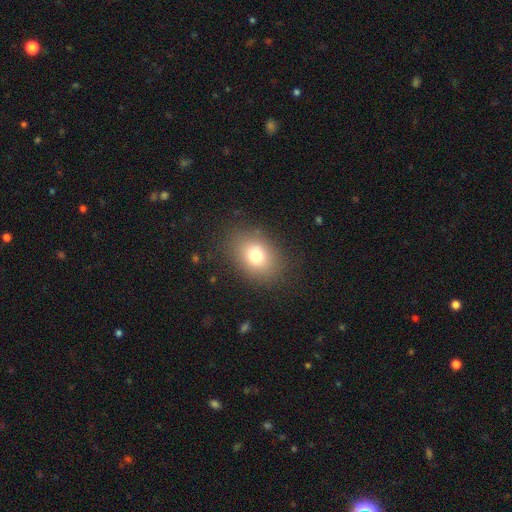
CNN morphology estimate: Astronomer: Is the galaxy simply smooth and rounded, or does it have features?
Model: smooth — 75%.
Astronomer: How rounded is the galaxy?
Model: in between — 63%.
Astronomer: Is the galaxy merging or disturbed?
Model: none — 84%.